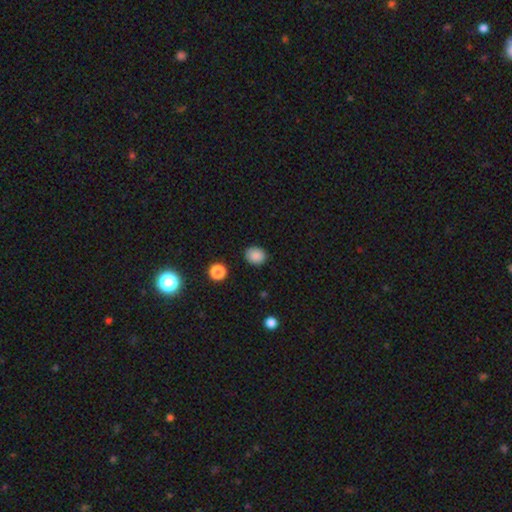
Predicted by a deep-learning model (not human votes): Smooth or featured? Predicted: smooth (p=0.86). How rounded? Predicted: round (p=0.69). Merging? Predicted: none (p=0.87).